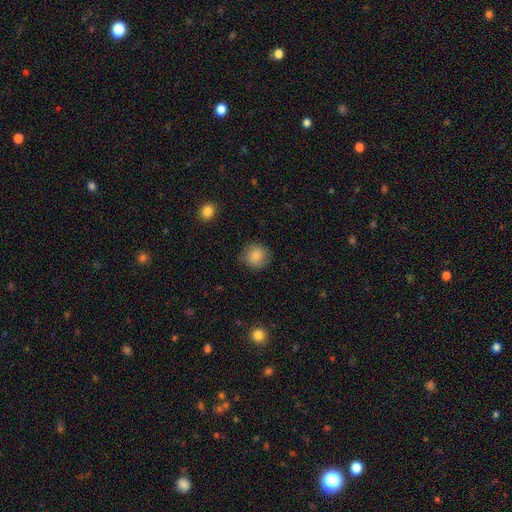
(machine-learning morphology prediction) Smooth or featured? smooth (83%)
How rounded? round (89%)
Merging? none (83%)